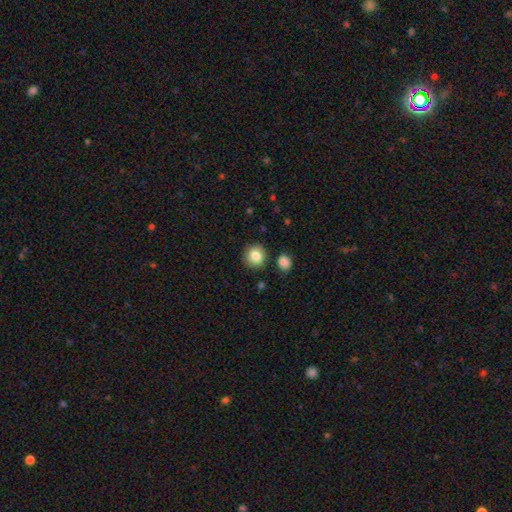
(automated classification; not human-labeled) The model was most divided on "smooth or featured": smooth: 85%, star or artifact: 9%, featured or disk: 6%. More confident: how rounded — round (89%); merging — none (86%).